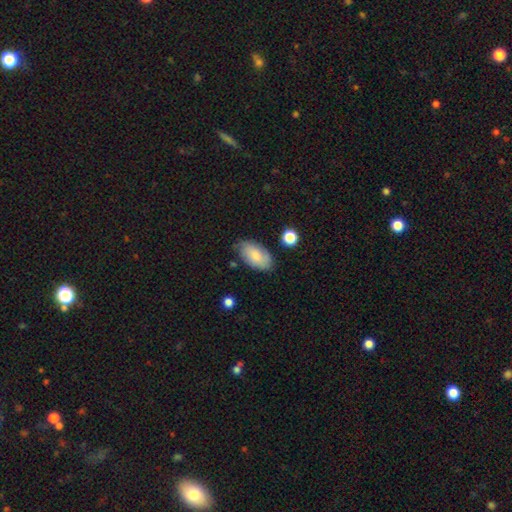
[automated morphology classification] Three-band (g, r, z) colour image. It shows a smooth galaxy with no disk features (73%) that is in between round and cigar-shaped (94%). Merging: none (73%).